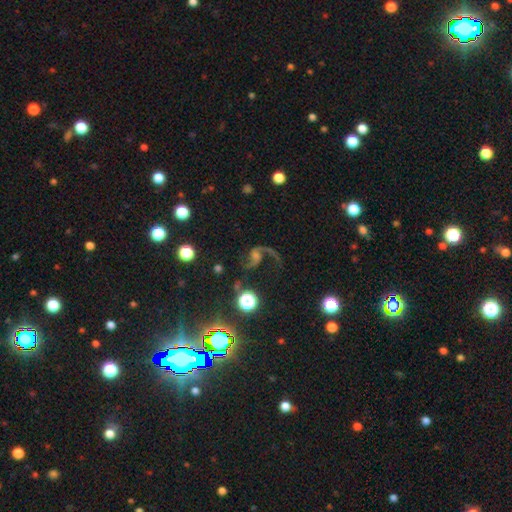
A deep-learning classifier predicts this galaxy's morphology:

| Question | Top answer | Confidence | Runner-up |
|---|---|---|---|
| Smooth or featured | featured or disk | 75% | star or artifact (16%) |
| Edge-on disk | no | 97% | yes (3%) |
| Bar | no | 53% | weak (34%) |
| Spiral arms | yes | 94% | no (6%) |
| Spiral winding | loose | 81% | medium (16%) |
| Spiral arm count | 2 | 76% | 1 (20%) |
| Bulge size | small | 36% | moderate (31%) |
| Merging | none | 54% | major disturbance (26%) |